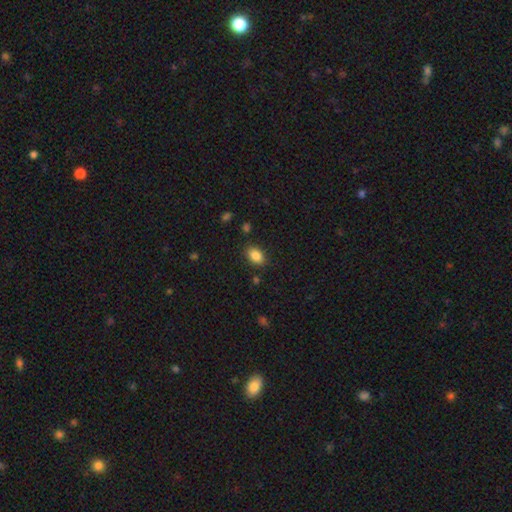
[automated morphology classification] Smooth or featured? smooth (87%)
How rounded? in between (86%)
Merging? none (85%)